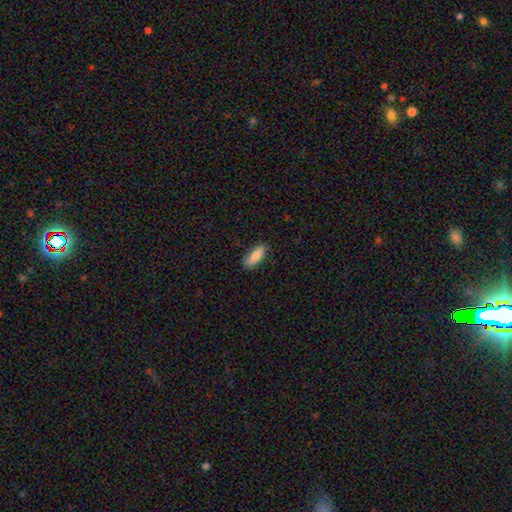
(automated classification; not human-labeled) Smooth or featured: smooth — 80% (featured or disk — 14%)
How rounded: in between — 61% (cigar-shaped — 37%)
Merging: none — 85% (minor disturbance — 12%)